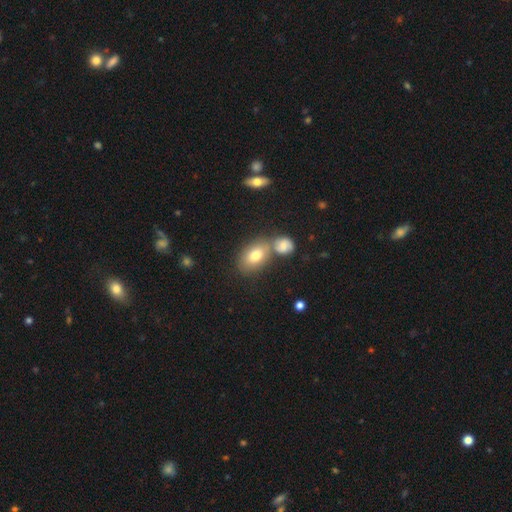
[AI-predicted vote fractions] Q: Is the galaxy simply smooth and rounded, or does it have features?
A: smooth — 75%.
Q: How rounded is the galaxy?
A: in between — 84%.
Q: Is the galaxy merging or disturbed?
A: none — 56%.